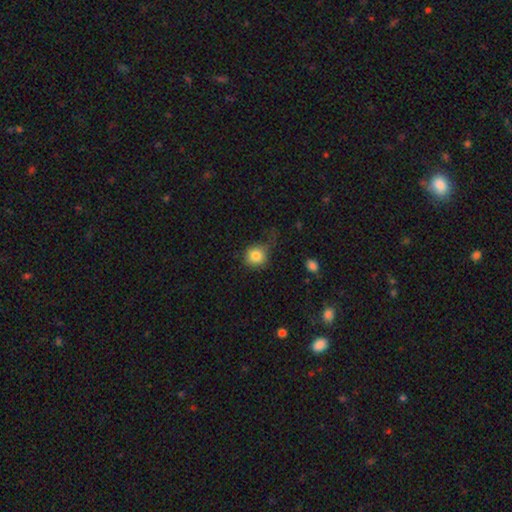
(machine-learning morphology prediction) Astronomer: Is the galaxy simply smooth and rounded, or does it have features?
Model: smooth — 83%.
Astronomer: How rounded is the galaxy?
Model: round — 86%.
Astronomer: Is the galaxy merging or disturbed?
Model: none — 56%.